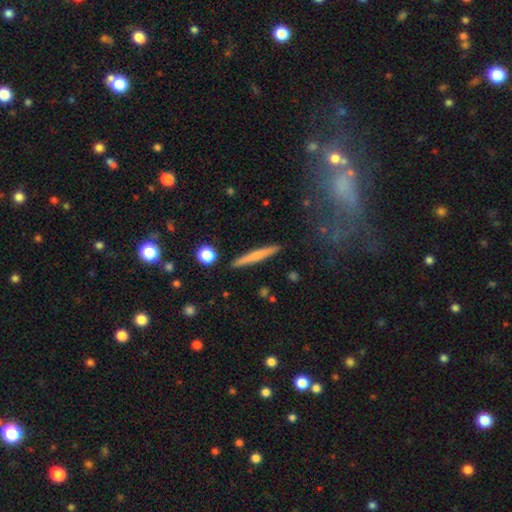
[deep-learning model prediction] Morphology: type=smooth (58%); roundness=cigar-shaped (95%); merging=none (91%).